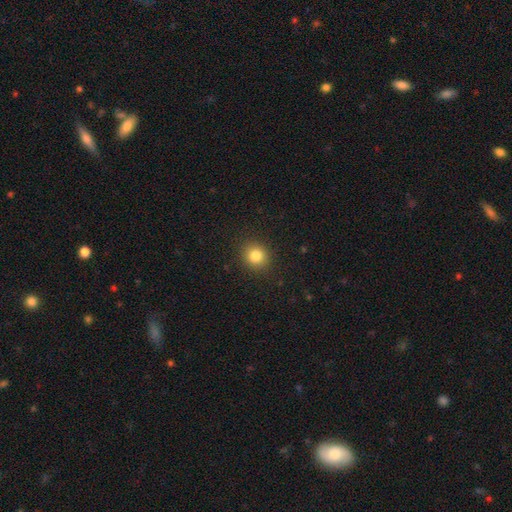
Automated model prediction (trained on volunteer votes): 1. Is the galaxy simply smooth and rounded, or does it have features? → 83% smooth, 12% star or artifact, 6% featured or disk.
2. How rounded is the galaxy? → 85% round, 14% in between, 1% cigar-shaped.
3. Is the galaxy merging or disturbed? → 91% none, 6% minor disturbance, 2% major disturbance, 1% merger.